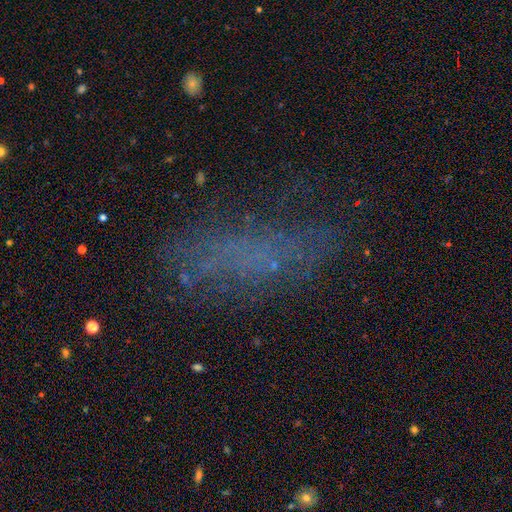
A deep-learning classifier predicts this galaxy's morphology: smooth_or_featured: smooth (p=0.42) [alt: featured or disk p=0.31]
merging: none (p=0.59) [alt: minor disturbance p=0.19]